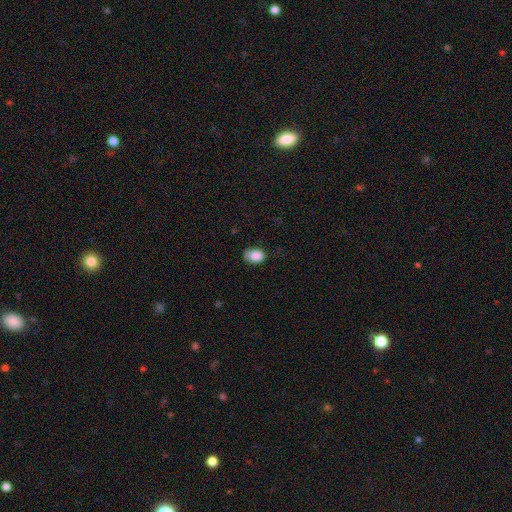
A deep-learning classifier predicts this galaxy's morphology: The model was most divided on "merging": none: 63%, minor disturbance: 30%, major disturbance: 6%, merger: 1%. More confident: smooth or featured — smooth (87%); how rounded — in between (77%).